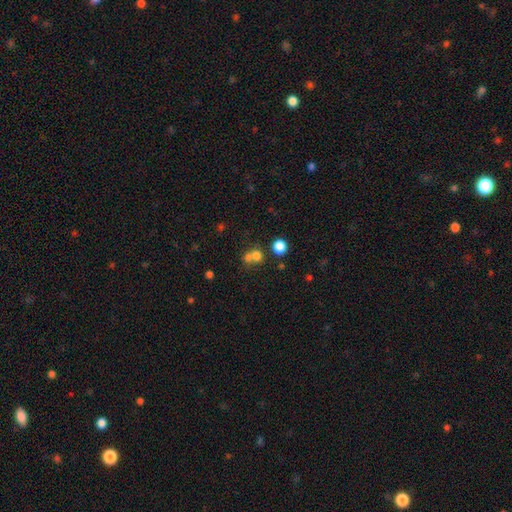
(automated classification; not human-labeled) This is likely a smooth galaxy (72%). How rounded: clearly round (81%). Merging: possibly merger (45%).